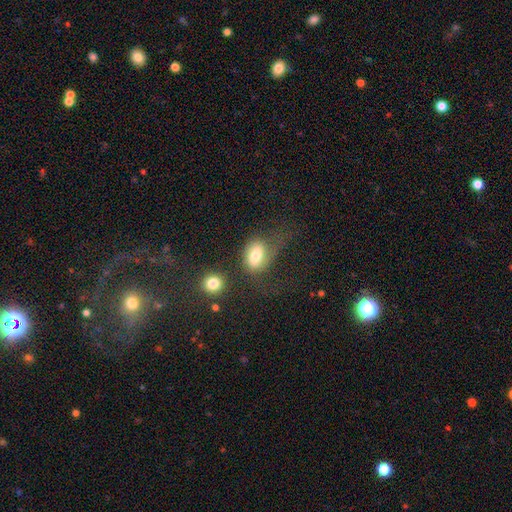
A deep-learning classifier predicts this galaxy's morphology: A smooth galaxy with no disk features (70%) that is in between round and cigar-shaped (82%).

Vote fractions:
- Smooth or featured? smooth: 70% / featured or disk: 21% / star or artifact: 9%
- How rounded? in between: 82% / round: 16% / cigar-shaped: 2%
- Merging? none: 35% / major disturbance: 32% / minor disturbance: 24% / merger: 9%